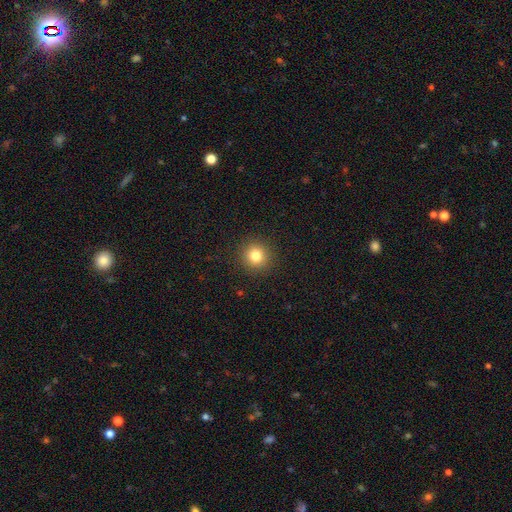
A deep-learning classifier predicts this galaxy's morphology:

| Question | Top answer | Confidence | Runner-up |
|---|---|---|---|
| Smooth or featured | smooth | 81% | star or artifact (12%) |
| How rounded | round | 94% | in between (5%) |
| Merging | none | 92% | minor disturbance (5%) |